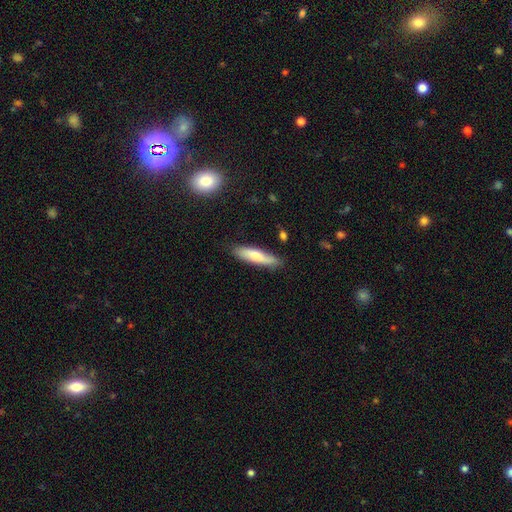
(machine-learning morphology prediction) This appears to be a smooth galaxy with no disk features (72%) that is cigar-shaped (76%). Merging: none (79%).